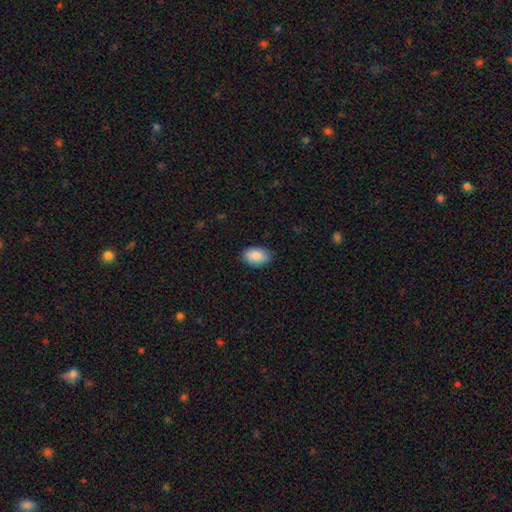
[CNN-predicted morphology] type=smooth (89%); roundness=in between (91%); merging=none (85%).